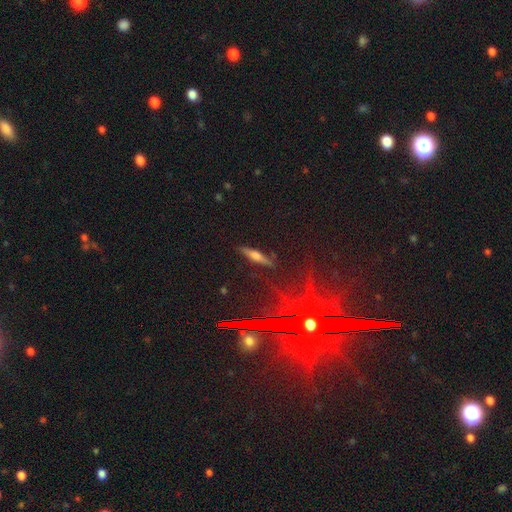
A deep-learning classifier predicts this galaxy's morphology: The model was most divided on "smooth or featured": featured or disk: 51%, smooth: 35%, star or artifact: 14%. More confident: edge-on disk — yes (92%); merging — none (85%).